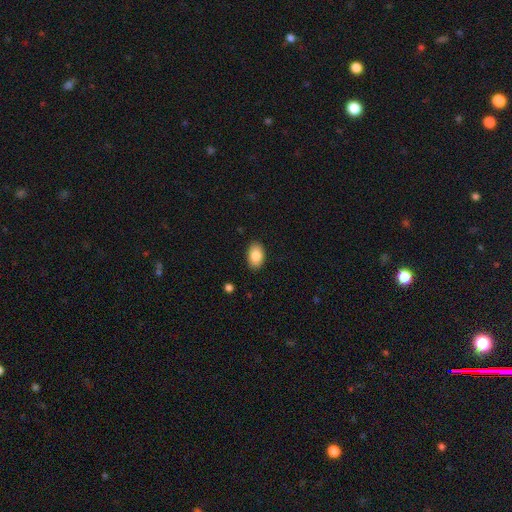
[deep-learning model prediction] Morphology: type=smooth (86%); roundness=in between (91%); merging=none (88%).